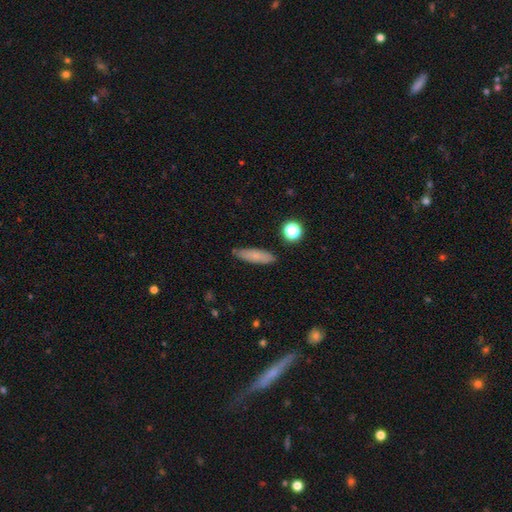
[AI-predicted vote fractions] Morphology: type=smooth (76%); roundness=cigar-shaped (60%); merging=none (83%).